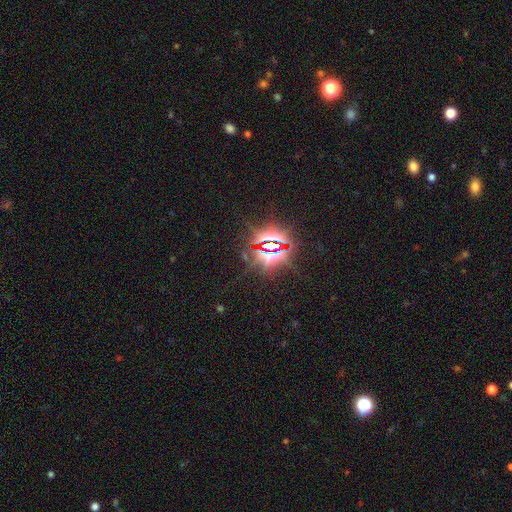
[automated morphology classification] Smooth or featured?
  - star or artifact: 82% *
  - smooth: 10%
  - featured or disk: 7%